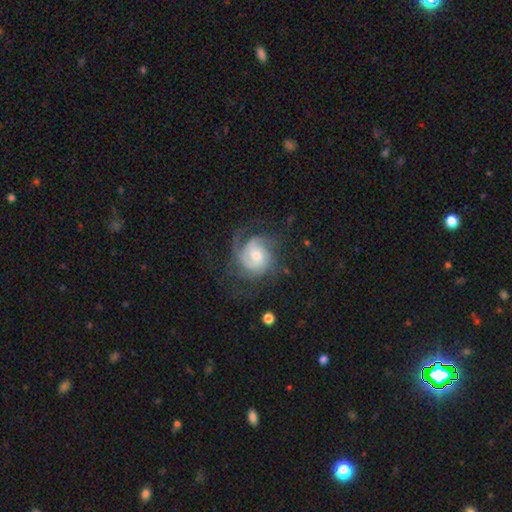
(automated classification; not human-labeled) This is clearly a featured or disk galaxy (84%). It is clearly not viewed edge-on (98%). Bar: possibly no (55%). Spiral arm pattern: clearly yes (97%). Spiral arm count: marginally 3 (29%). Spiral winding: possibly tight (53%). Central bulge: possibly moderate (53%). Merging: likely none (64%).